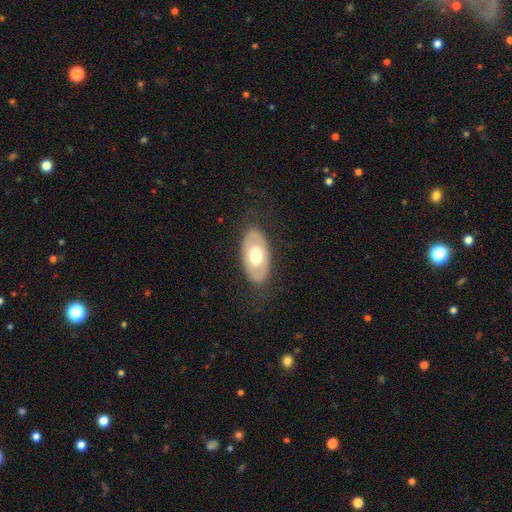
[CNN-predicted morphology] type=smooth (51%); roundness=in between (93%); merging=none (81%).